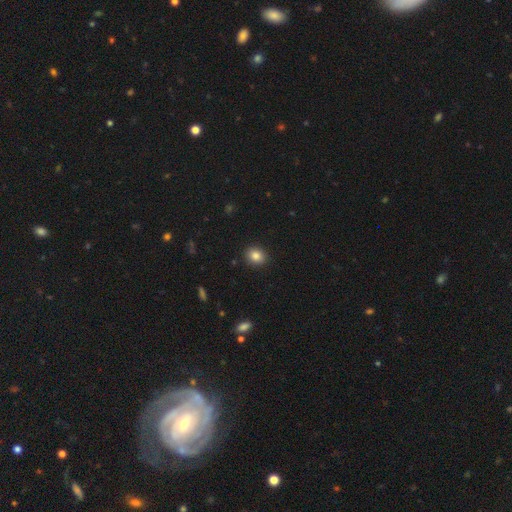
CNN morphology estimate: Smooth or featured? smooth (84%)
How rounded? round (66%)
Merging? none (91%)